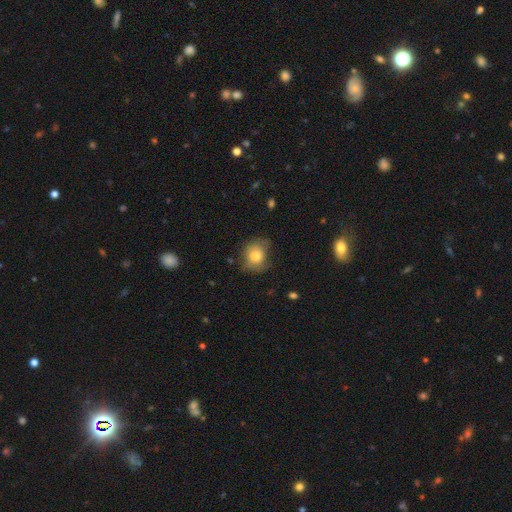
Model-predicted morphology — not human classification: smooth_or_featured: smooth (p=0.74) [alt: featured or disk p=0.18]
how_rounded: round (p=0.68) [alt: in between p=0.31]
merging: none (p=0.59) [alt: minor disturbance p=0.28]